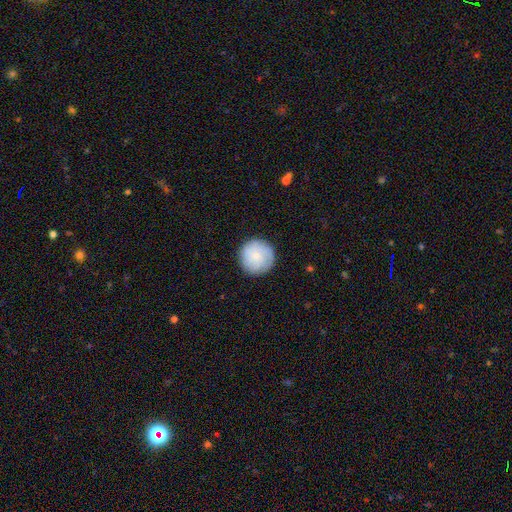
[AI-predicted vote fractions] The model was most divided on "smooth or featured": smooth: 77%, featured or disk: 17%, star or artifact: 6%. More confident: how rounded — round (96%); merging — none (88%).